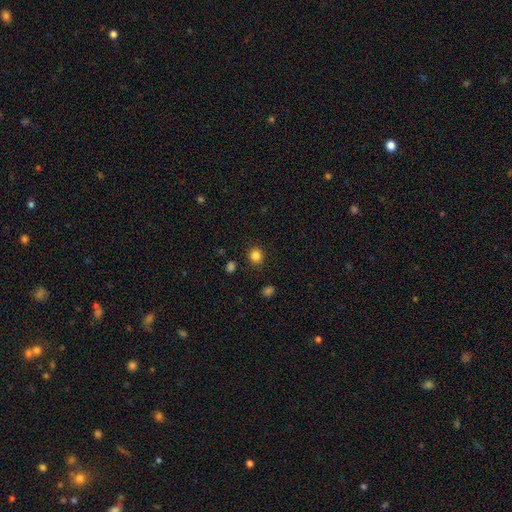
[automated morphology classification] This is clearly a smooth galaxy (84%). How rounded: clearly round (89%). Merging: clearly none (90%).